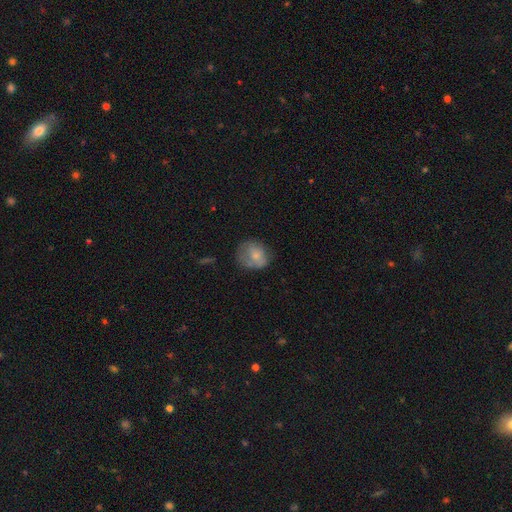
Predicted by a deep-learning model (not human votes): The model was most divided on "merging": none: 52%, minor disturbance: 29%, major disturbance: 16%, merger: 3%. More confident: smooth or featured — smooth (71%); how rounded — round (69%).